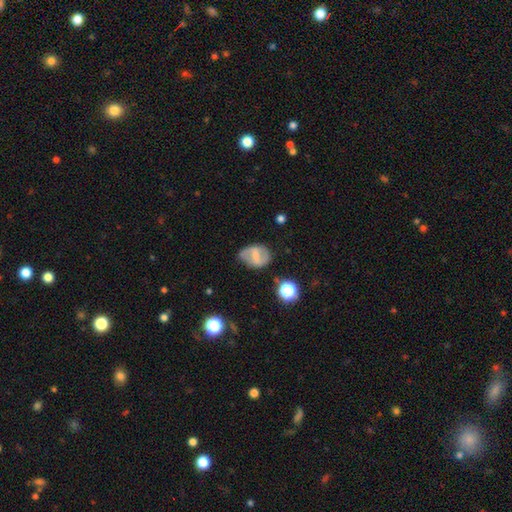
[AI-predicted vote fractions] Q: Smooth or featured?
A: featured or disk (52%); runner-up: smooth (38%)
Q: Edge-on disk?
A: no (96%); runner-up: yes (4%)
Q: Merging?
A: none (67%); runner-up: minor disturbance (22%)